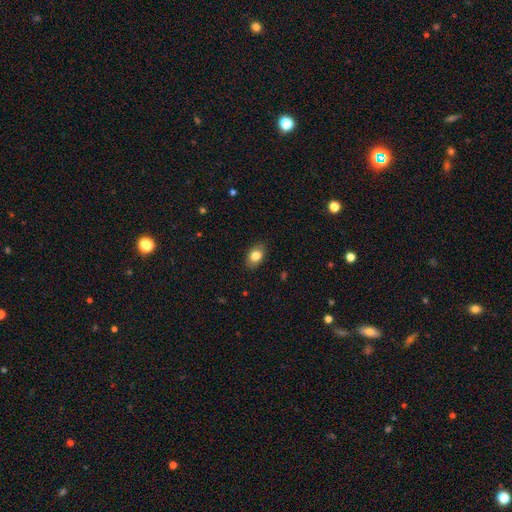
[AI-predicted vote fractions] Smooth or featured: smooth — 82% (featured or disk — 10%)
How rounded: in between — 81% (round — 17%)
Merging: none — 86% (minor disturbance — 11%)